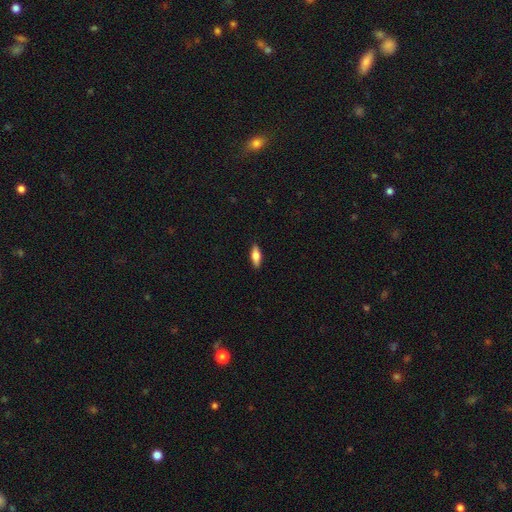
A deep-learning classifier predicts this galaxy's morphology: Smooth or featured: smooth — 67% (featured or disk — 27%)
How rounded: in between — 64% (cigar-shaped — 33%)
Merging: none — 89% (minor disturbance — 8%)